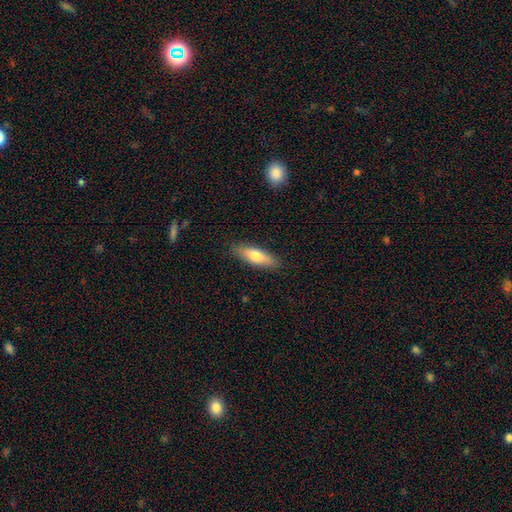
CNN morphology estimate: Smooth or featured? smooth (71%)
How rounded? in between (49%, tied with cigar-shaped)
Merging? none (87%)